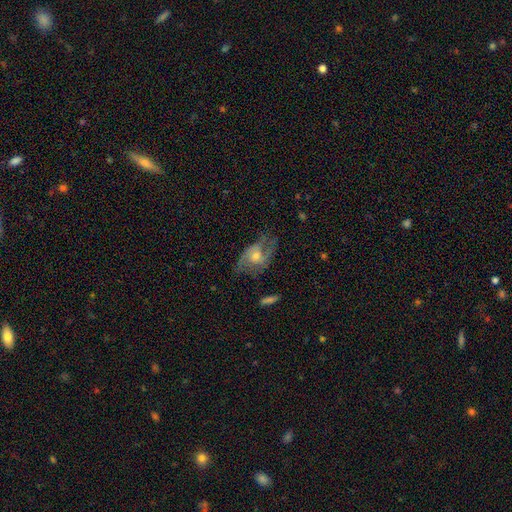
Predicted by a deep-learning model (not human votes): Smooth or featured? Predicted: featured or disk (p=0.73). Edge-on disk? Predicted: no (p=0.94). Bar? Predicted: no (p=0.68). Spiral arms? Predicted: yes (p=0.87). Spiral winding? Predicted: medium (p=0.45). Spiral arm count? Predicted: 2 (p=0.72). Bulge size? Predicted: moderate (p=0.53). Merging? Predicted: none (p=0.59).